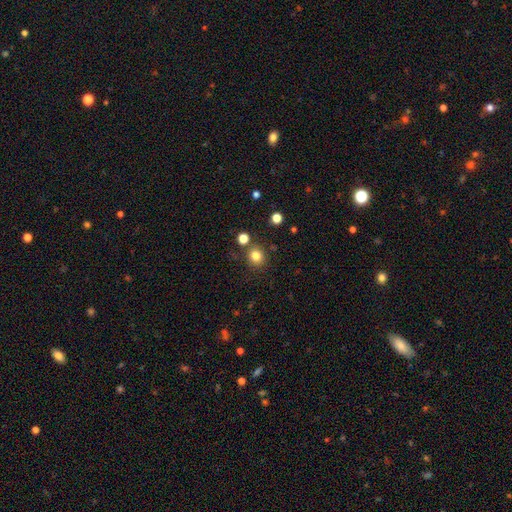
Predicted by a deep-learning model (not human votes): Smooth or featured?
  - smooth: 81% *
  - star or artifact: 13%
  - featured or disk: 6%
How rounded?
  - round: 86% *
  - in between: 13%
  - cigar-shaped: 1%
Merging?
  - none: 82% *
  - minor disturbance: 8%
  - merger: 7%
  - major disturbance: 3%